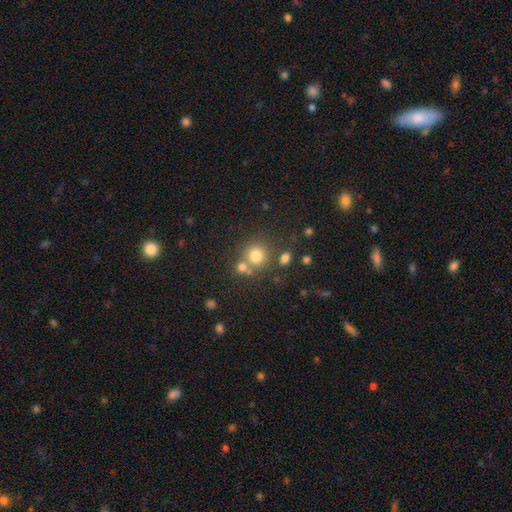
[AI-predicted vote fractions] Morphology: type=smooth (76%); roundness=round (86%); merging=none (60%).